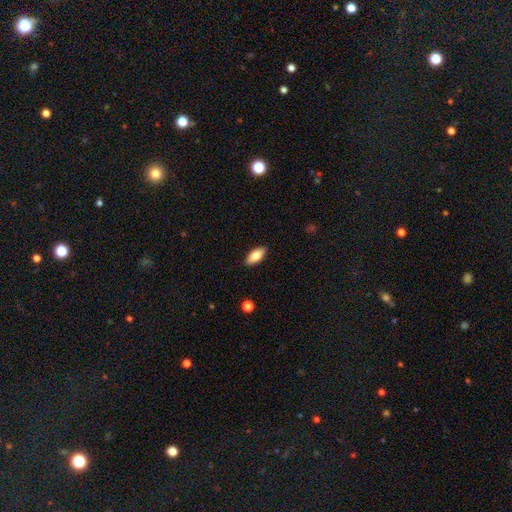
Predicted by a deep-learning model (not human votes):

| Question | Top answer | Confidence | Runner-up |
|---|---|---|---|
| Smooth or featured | smooth | 77% | featured or disk (16%) |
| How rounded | in between | 86% | cigar-shaped (12%) |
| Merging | none | 88% | minor disturbance (9%) |